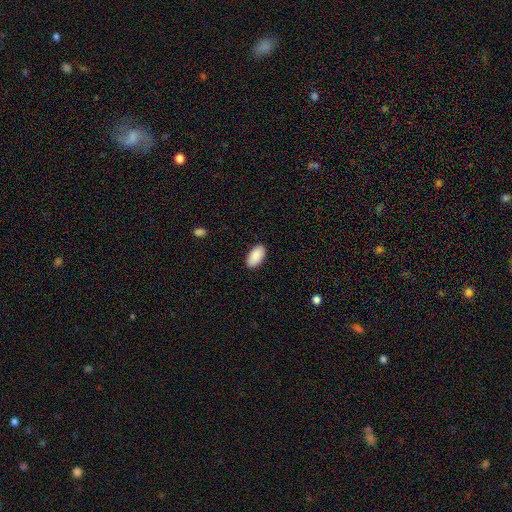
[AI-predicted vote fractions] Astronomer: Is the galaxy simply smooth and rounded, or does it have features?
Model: smooth — 90%.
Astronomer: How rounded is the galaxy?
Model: in between — 96%.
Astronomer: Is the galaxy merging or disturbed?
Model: none — 89%.